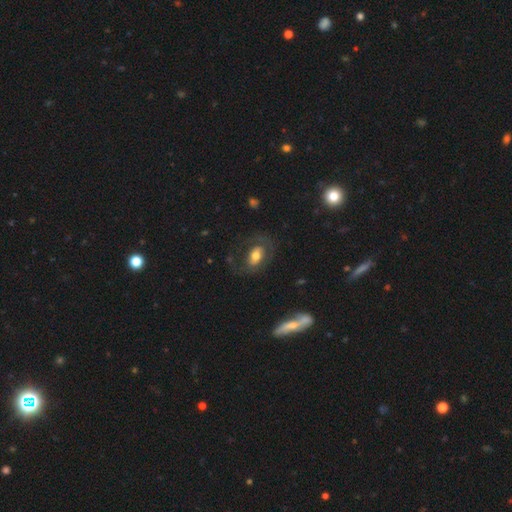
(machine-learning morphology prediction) type=smooth (49%); merging=none (60%).